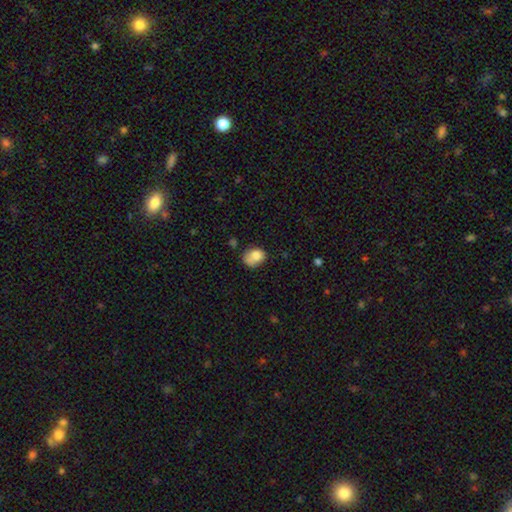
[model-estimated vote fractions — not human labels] This appears to be a smooth galaxy with no disk features (79%) that is in between round and cigar-shaped (58%). Merging: none (45%).